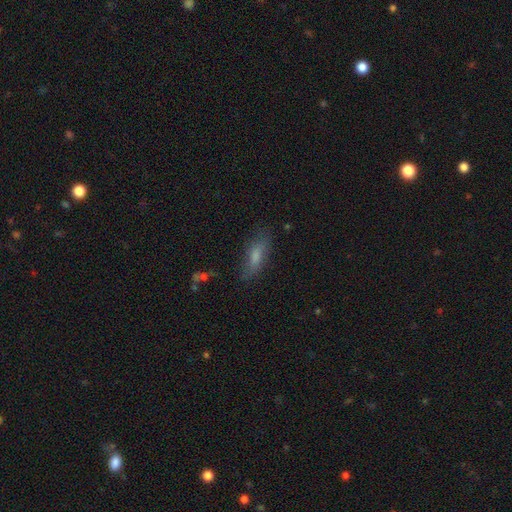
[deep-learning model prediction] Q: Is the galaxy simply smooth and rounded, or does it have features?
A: smooth — 61%.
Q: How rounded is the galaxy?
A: in between — 53%.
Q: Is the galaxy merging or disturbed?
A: none — 75%.